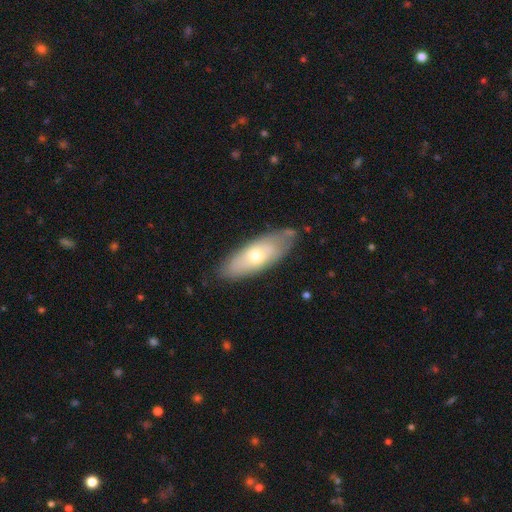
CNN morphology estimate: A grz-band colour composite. It shows a smooth galaxy with no disk features (52%) that is in between round and cigar-shaped (71%). Merging: none (76%).